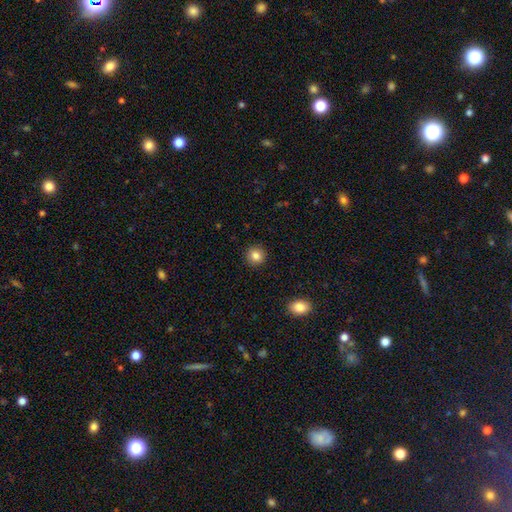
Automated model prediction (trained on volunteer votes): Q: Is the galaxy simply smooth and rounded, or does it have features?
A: smooth — 84%.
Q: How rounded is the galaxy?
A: round — 91%.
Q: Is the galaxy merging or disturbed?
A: none — 92%.